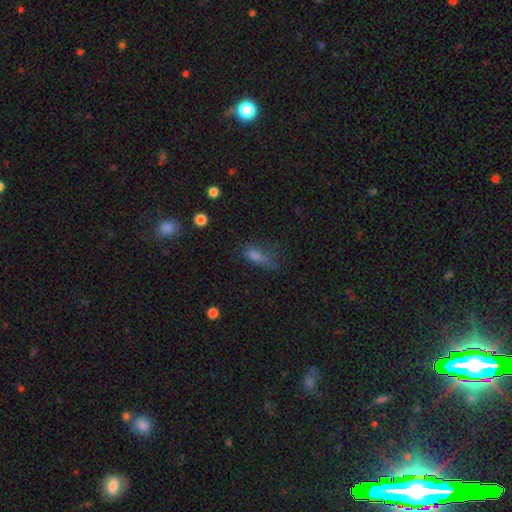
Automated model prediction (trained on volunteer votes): The model was most divided on "merging": none: 47%, minor disturbance: 28%, major disturbance: 22%, merger: 3%. More confident: smooth or featured — smooth (66%); how rounded — in between (57%).